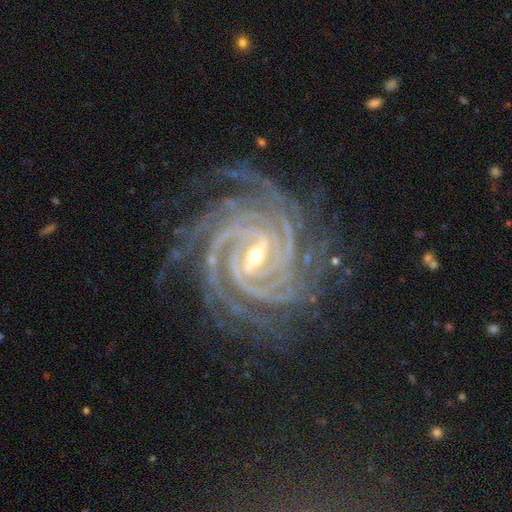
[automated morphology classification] Smooth or featured? featured or disk (94%)
Edge-on disk? no (98%)
Bar? strong (50%)
Spiral arms? yes (99%)
Spiral winding? tight (82%)
Spiral arm count? 4 (32%)
Bulge size? small (59%)
Merging? none (77%)